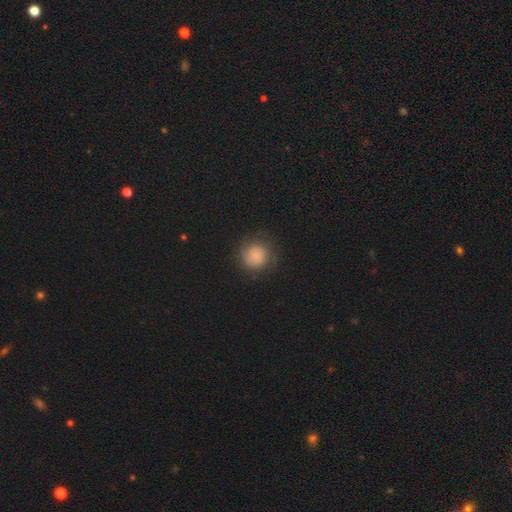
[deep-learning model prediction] Smooth or featured: smooth — 75% (featured or disk — 16%)
How rounded: round — 88% (in between — 11%)
Merging: none — 75% (minor disturbance — 16%)